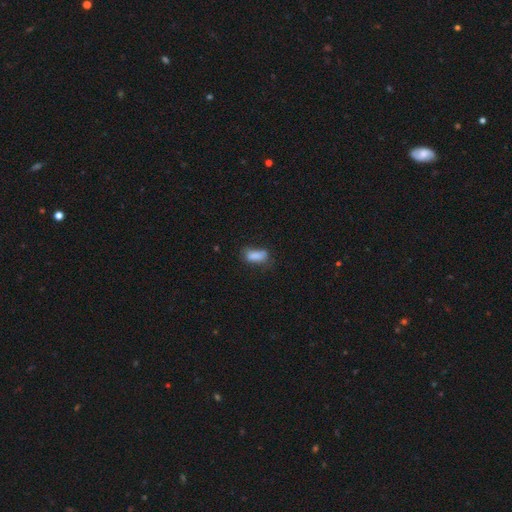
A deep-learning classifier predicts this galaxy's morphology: smooth-or-featured: smooth: 81% | star or artifact: 10% | featured or disk: 9%
  how-rounded: in between: 79% | cigar-shaped: 18% | round: 4%
  merging: none: 49% | minor disturbance: 32% | major disturbance: 15% | merger: 5%